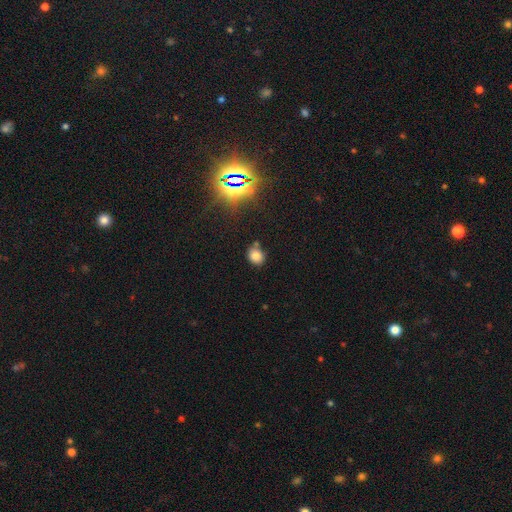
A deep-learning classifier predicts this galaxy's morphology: Smooth or featured: smooth — 78% (star or artifact — 16%)
How rounded: round — 68% (in between — 31%)
Merging: none — 69% (minor disturbance — 16%)